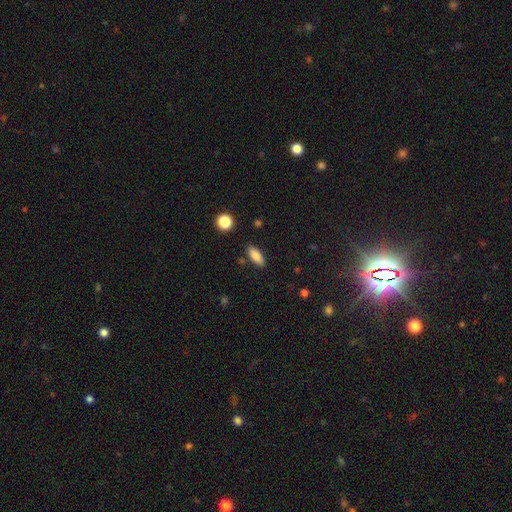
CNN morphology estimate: Q: Smooth or featured?
A: smooth (83%); runner-up: featured or disk (9%)
Q: How rounded?
A: in between (79%); runner-up: cigar-shaped (18%)
Q: Merging?
A: none (85%); runner-up: minor disturbance (10%)